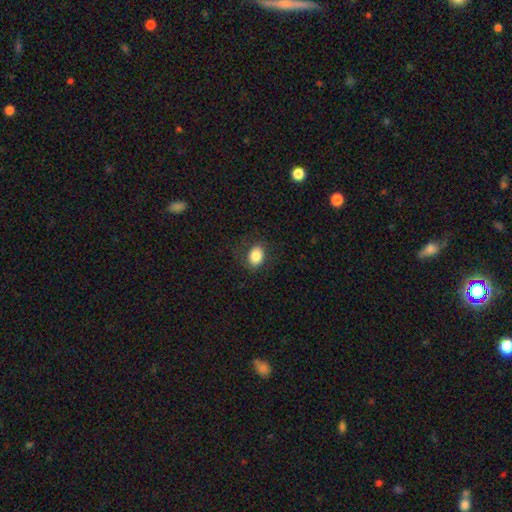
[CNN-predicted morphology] The model was most divided on "how rounded": in between: 68%, round: 31%, cigar-shaped: 1%. More confident: smooth or featured — smooth (83%); merging — none (79%).